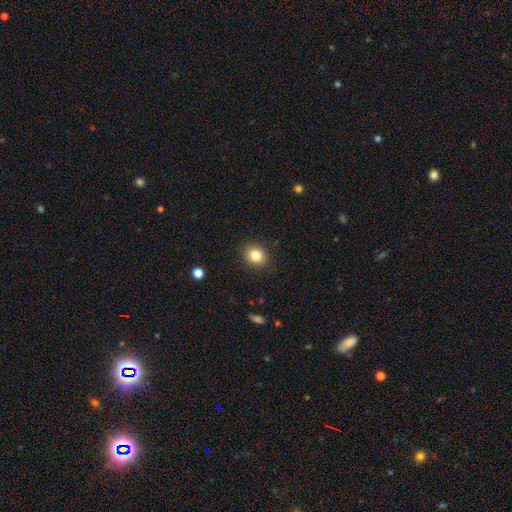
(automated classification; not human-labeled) A smooth galaxy with no disk features (83%) that is round (66%). Merging: none (89%).